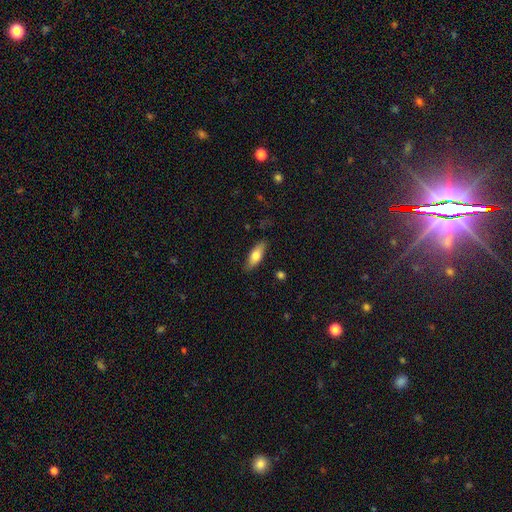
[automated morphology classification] A smooth galaxy with no disk features (72%) that is in between round and cigar-shaped (68%). Merging: none (84%).